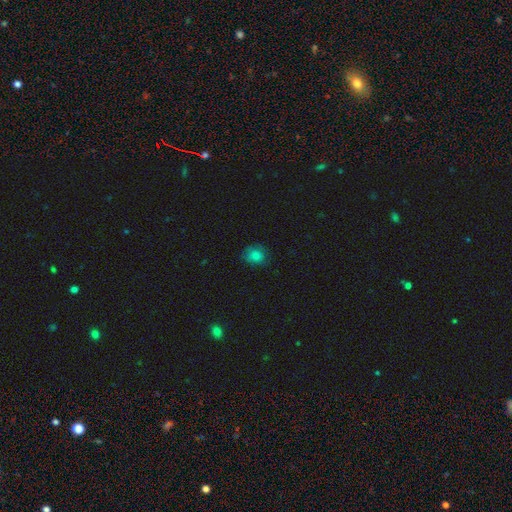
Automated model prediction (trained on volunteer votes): The model was most divided on "how rounded": round: 66%, in between: 33%, cigar-shaped: 1%. More confident: smooth or featured — smooth (79%); merging — none (71%).